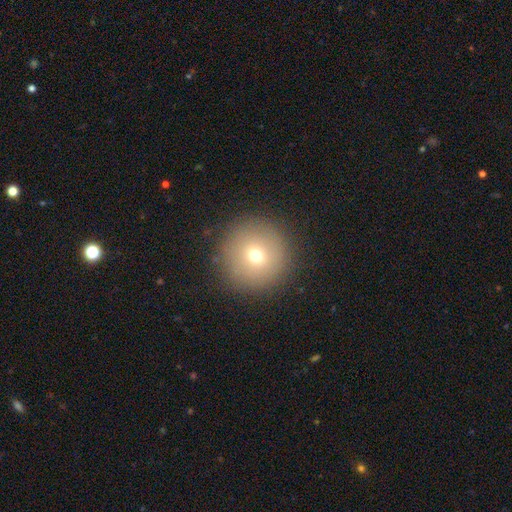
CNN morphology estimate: type=smooth (69%); roundness=round (96%); merging=none (90%).